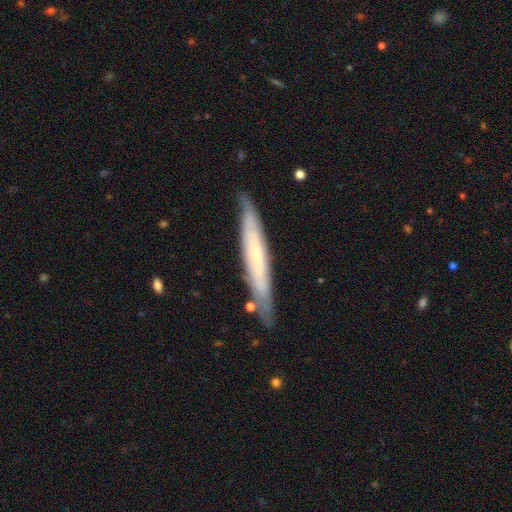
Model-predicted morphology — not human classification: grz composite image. It shows a featured or disk galaxy (55%) viewed edge-on (76%). Merging: none (80%).